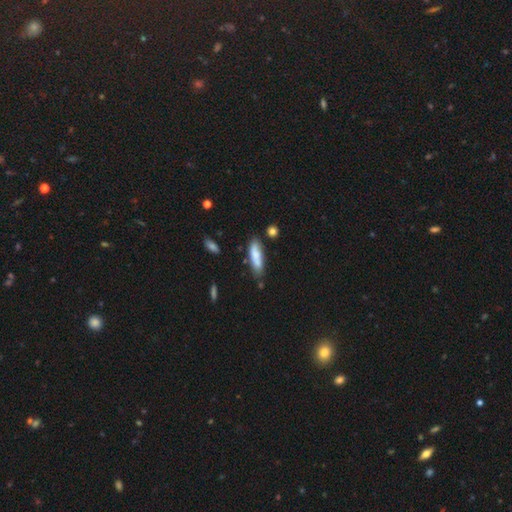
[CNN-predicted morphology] smooth-or-featured: smooth: 78% | featured or disk: 16% | star or artifact: 6%
  how-rounded: cigar-shaped: 58% | in between: 41% | round: 2%
  merging: none: 71% | minor disturbance: 20% | merger: 5% | major disturbance: 4%